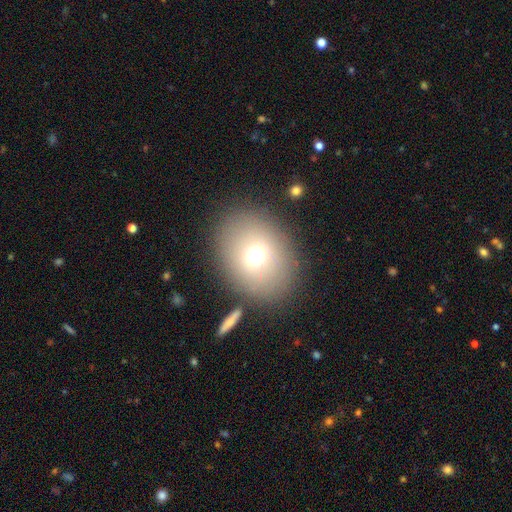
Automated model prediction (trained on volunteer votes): Smooth or featured: smooth — 70% (featured or disk — 18%)
How rounded: in between — 58% (round — 41%)
Merging: none — 81% (minor disturbance — 9%)